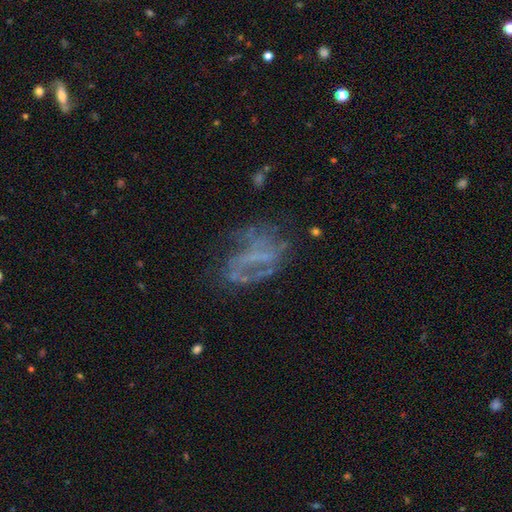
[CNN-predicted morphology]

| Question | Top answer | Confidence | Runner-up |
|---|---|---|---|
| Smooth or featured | featured or disk | 64% | smooth (18%) |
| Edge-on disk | no | 96% | yes (4%) |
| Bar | no | 53% | weak (25%) |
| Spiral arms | no | 53% | yes (47%) |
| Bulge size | none | 77% | small (14%) |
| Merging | none | 45% | major disturbance (30%) |